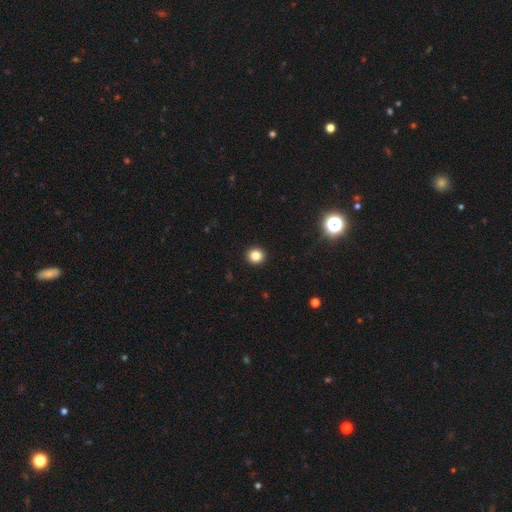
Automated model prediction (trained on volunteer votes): This appears to be a smooth galaxy with no disk features (83%) that is round (92%). Merging: none (93%).